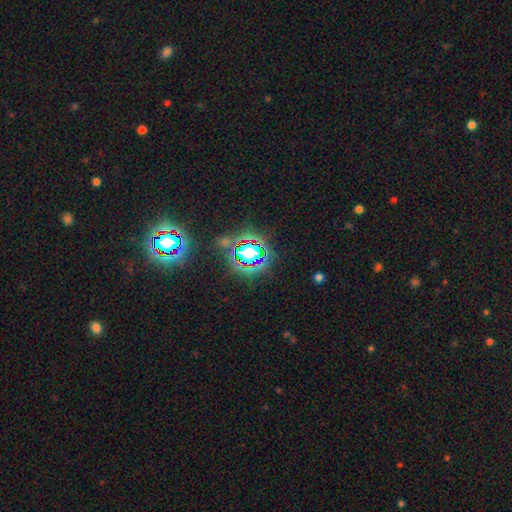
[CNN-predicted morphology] Overall: star or artifact (80%).